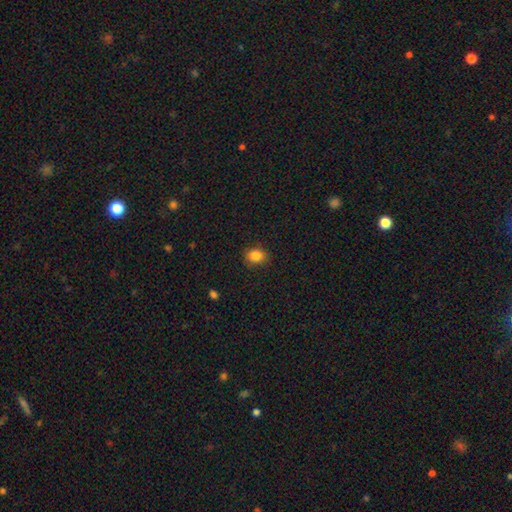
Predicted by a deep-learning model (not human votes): This appears to be a smooth galaxy with no disk features (84%) that is round (53%). Merging: none (86%).